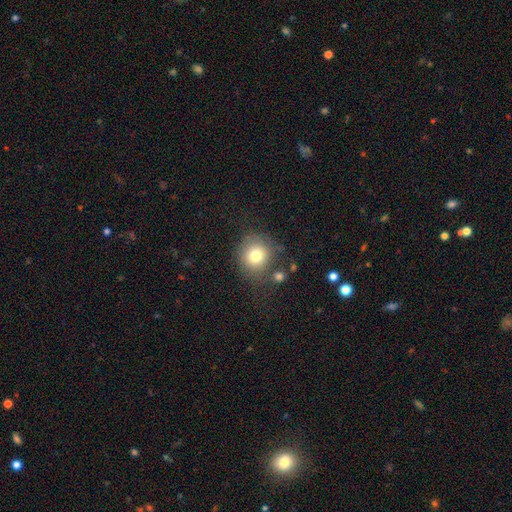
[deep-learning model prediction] Smooth or featured? Predicted: smooth (p=0.76). How rounded? Predicted: round (p=0.90). Merging? Predicted: none (p=0.70).